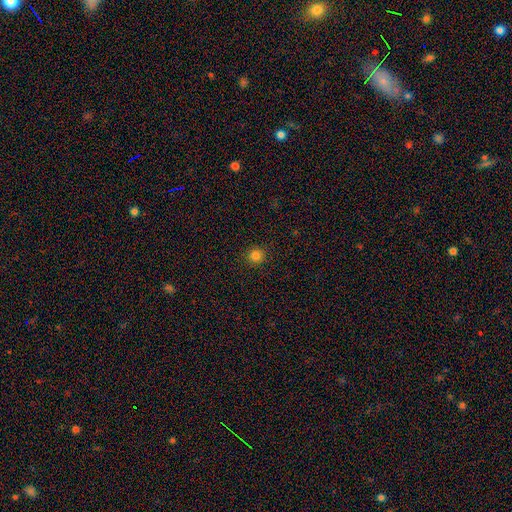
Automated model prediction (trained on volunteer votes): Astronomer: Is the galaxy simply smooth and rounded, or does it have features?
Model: smooth — 82%.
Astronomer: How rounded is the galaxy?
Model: round — 92%.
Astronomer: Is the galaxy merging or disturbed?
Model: none — 91%.